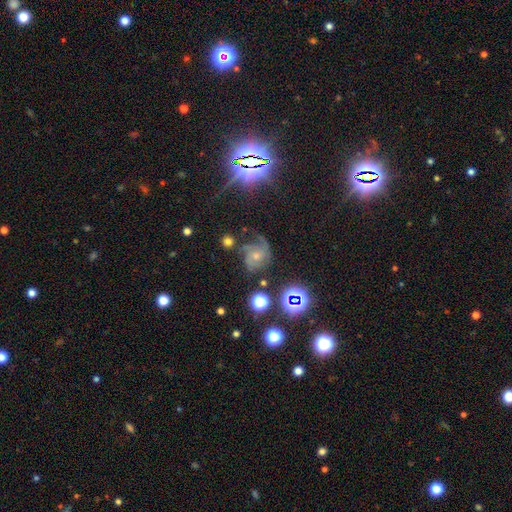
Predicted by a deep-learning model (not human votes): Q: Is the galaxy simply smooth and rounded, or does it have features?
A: featured or disk — 64%.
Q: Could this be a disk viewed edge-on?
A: no — 97%.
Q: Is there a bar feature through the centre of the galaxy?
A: no — 73%.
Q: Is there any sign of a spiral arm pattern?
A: yes — 91%.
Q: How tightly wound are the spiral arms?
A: medium — 45%.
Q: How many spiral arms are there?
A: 3 — 34%.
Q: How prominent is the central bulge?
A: moderate — 49%.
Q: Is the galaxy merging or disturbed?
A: none — 44%.